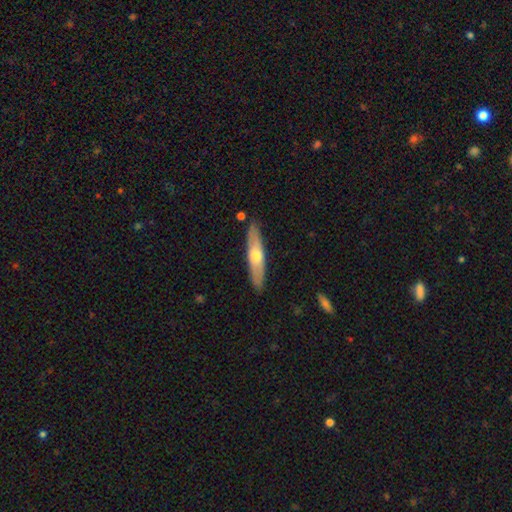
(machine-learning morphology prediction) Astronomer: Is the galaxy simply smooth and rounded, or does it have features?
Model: smooth — 50% (runner-up: featured or disk, 45%).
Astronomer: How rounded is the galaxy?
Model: cigar-shaped — 79%.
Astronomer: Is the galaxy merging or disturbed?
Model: none — 86%.